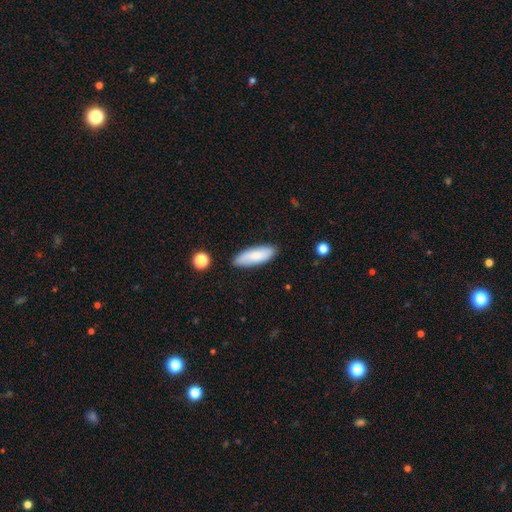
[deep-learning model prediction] smooth 79%, featured or disk 15%, star or artifact 6%. Down the decision tree: how rounded — in between (61%); merging — none (84%).